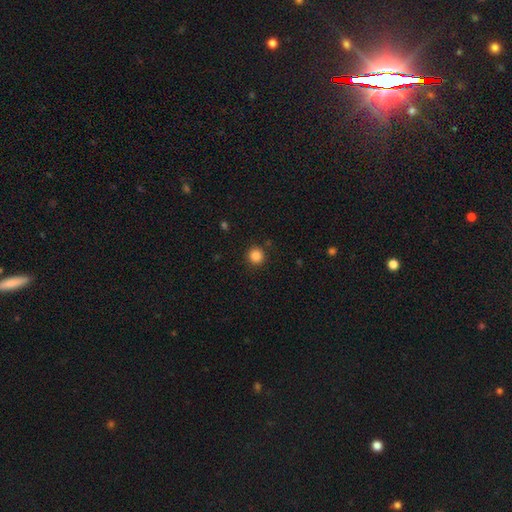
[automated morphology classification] smooth_or_featured: smooth (p=0.85) [alt: star or artifact p=0.11]
how_rounded: round (p=0.94) [alt: in between p=0.05]
merging: none (p=0.90) [alt: minor disturbance p=0.06]